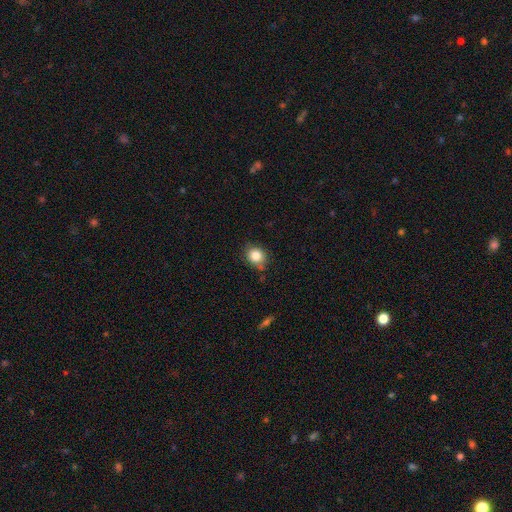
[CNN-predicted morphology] Smooth or featured? smooth (83%)
How rounded? round (68%)
Merging? none (72%)